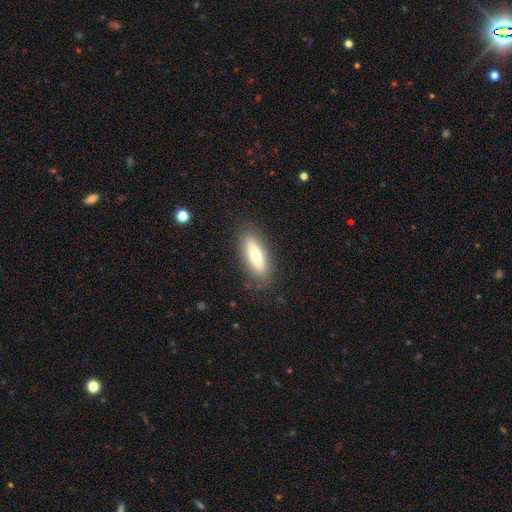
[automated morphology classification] type=smooth (72%); roundness=in between (56%); merging=none (85%).